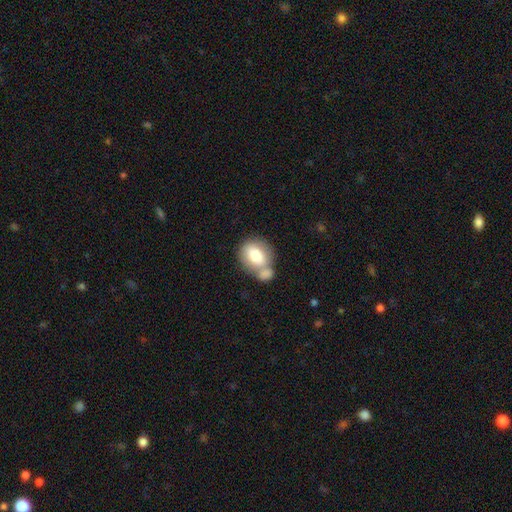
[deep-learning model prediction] Smooth or featured? Predicted: smooth (p=0.74). How rounded? Predicted: in between (p=0.50). Merging? Predicted: merger (p=0.47).